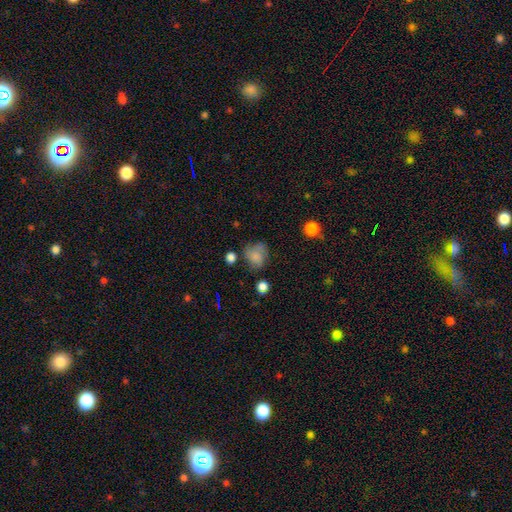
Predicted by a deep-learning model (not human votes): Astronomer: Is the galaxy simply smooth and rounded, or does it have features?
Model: smooth — 72%.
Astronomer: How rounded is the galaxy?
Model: round — 65%.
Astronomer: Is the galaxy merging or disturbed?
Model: none — 51% (runner-up: minor disturbance, 28%).